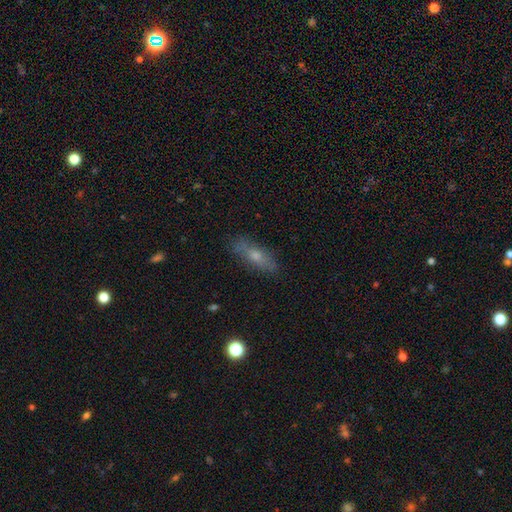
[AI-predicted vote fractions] The model was most divided on "how rounded" (2-way tie): in between: 48%, cigar-shaped: 48%, round: 4%. More confident: merging — none (79%); smooth or featured — smooth (57%).